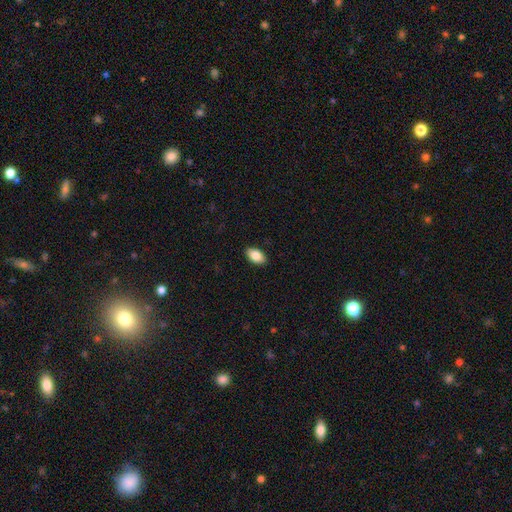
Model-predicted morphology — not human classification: A smooth galaxy with no disk features (84%) that is in between round and cigar-shaped (92%).

Vote fractions:
- Smooth or featured? smooth: 84% / featured or disk: 9% / star or artifact: 7%
- How rounded? in between: 92% / round: 5% / cigar-shaped: 3%
- Merging? none: 89% / minor disturbance: 8% / major disturbance: 2% / merger: 1%